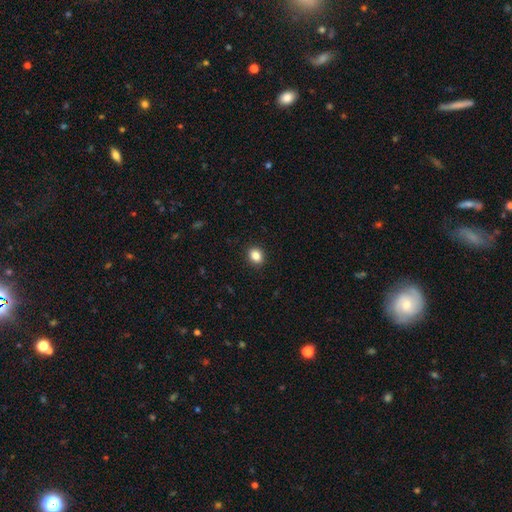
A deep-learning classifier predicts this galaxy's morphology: Q: Smooth or featured?
A: smooth (85%); runner-up: star or artifact (10%)
Q: How rounded?
A: round (57%); runner-up: in between (42%)
Q: Merging?
A: none (91%); runner-up: minor disturbance (6%)